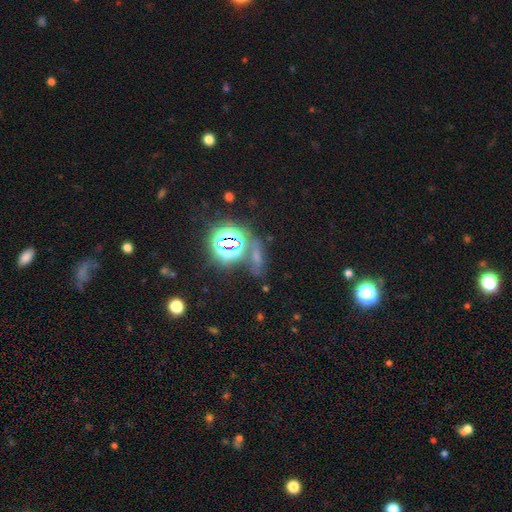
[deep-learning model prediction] smooth_or_featured: star or artifact (p=0.56) [alt: smooth p=0.31]